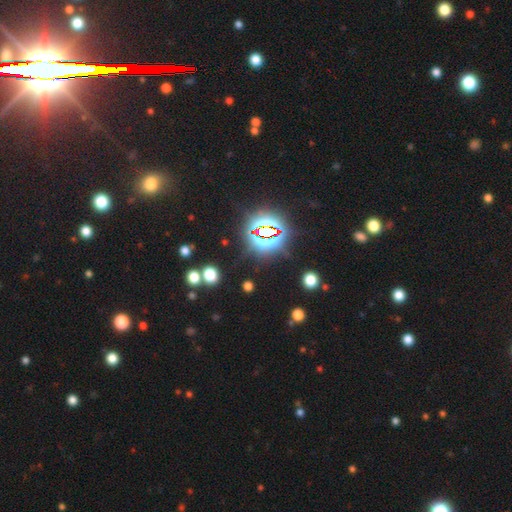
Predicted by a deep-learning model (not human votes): Smooth or featured?
  - star or artifact: 81% *
  - smooth: 10%
  - featured or disk: 9%